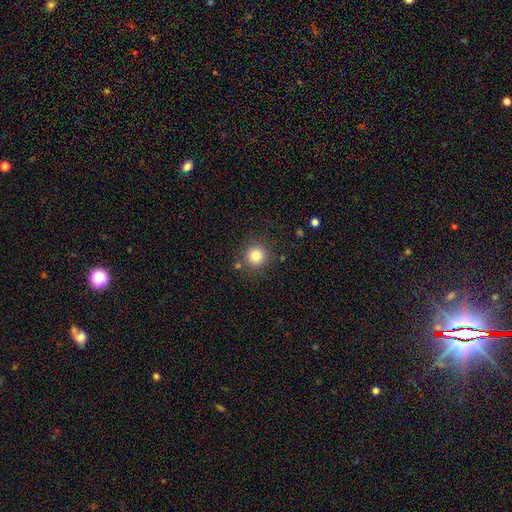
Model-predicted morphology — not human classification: Smooth or featured?
  - smooth: 82% *
  - star or artifact: 12%
  - featured or disk: 6%
How rounded?
  - round: 94% *
  - in between: 5%
  - cigar-shaped: 1%
Merging?
  - none: 84% *
  - minor disturbance: 9%
  - merger: 4%
  - major disturbance: 3%